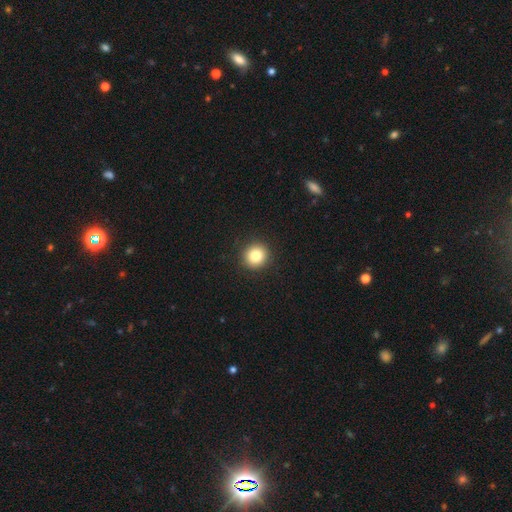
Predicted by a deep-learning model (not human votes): A smooth galaxy with no disk features (83%) that is round (92%).

Vote fractions:
- Smooth or featured? smooth: 83% / star or artifact: 10% / featured or disk: 7%
- How rounded? round: 92% / in between: 7% / cigar-shaped: 1%
- Merging? none: 93% / minor disturbance: 5% / major disturbance: 2% / merger: 1%